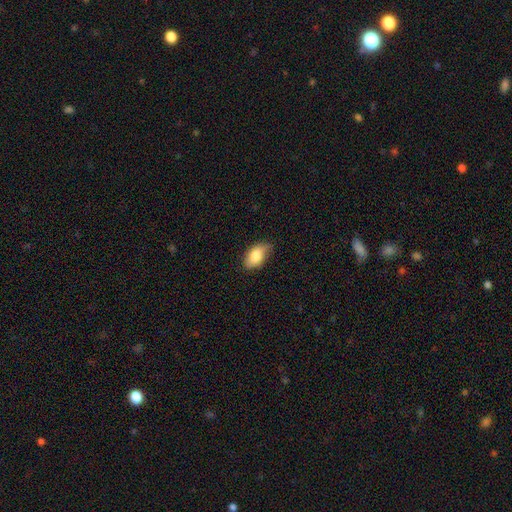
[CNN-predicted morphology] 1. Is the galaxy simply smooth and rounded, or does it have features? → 83% smooth, 10% featured or disk, 7% star or artifact.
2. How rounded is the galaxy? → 93% in between, 5% round, 3% cigar-shaped.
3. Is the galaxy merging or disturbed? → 71% none, 24% minor disturbance, 4% major disturbance, 1% merger.